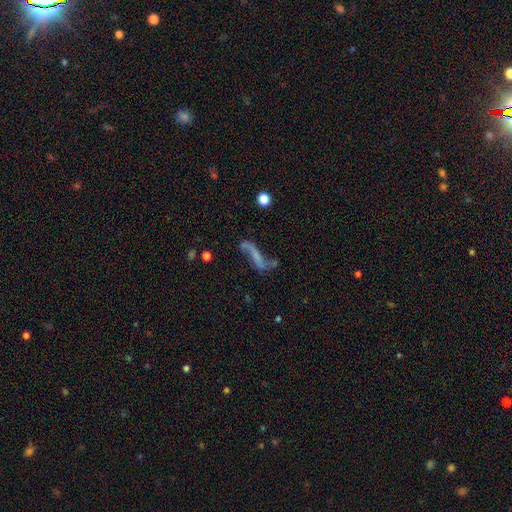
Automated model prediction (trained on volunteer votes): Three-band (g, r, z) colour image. It shows a featured or disk galaxy (58%). Merging: none (45%).